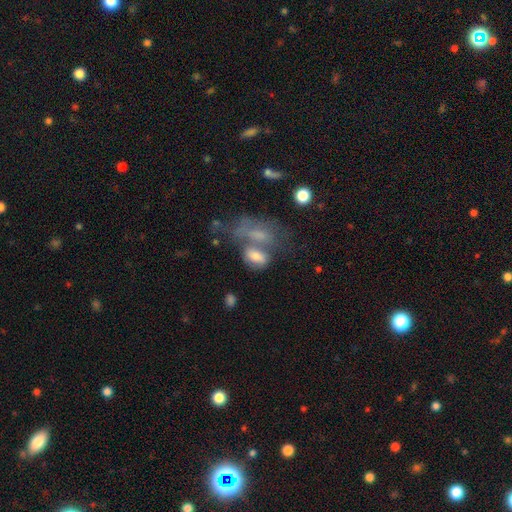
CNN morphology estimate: A smooth galaxy with no disk features (64%) that is in between round and cigar-shaped (84%).

Vote fractions:
- Smooth or featured? smooth: 64% / featured or disk: 25% / star or artifact: 11%
- How rounded? in between: 84% / round: 12% / cigar-shaped: 4%
- Merging? merger: 50% / none: 25% / major disturbance: 13% / minor disturbance: 12%